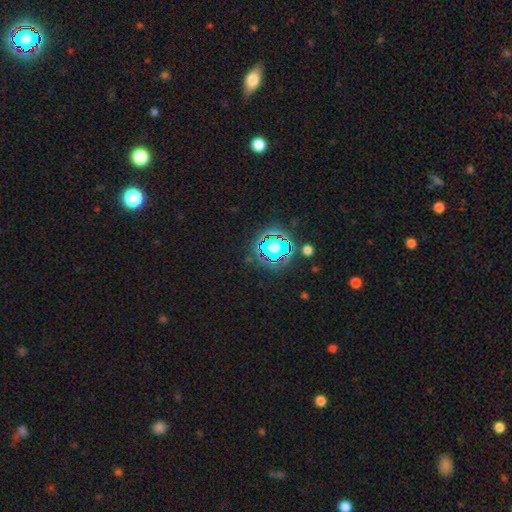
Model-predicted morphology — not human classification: type=star or artifact (80%).